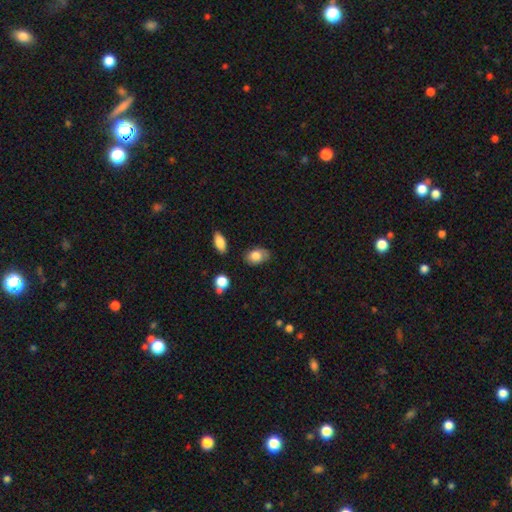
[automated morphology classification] Smooth or featured?
  - smooth: 79% *
  - featured or disk: 14%
  - star or artifact: 7%
How rounded?
  - in between: 87% *
  - round: 12%
  - cigar-shaped: 1%
Merging?
  - none: 74% *
  - minor disturbance: 19%
  - major disturbance: 4%
  - merger: 3%